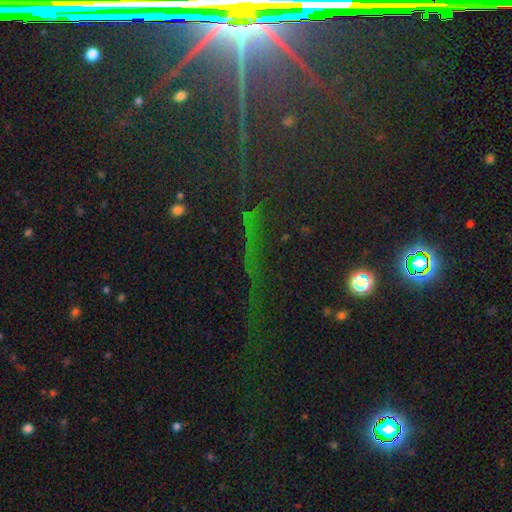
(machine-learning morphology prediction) type=star or artifact (79%).